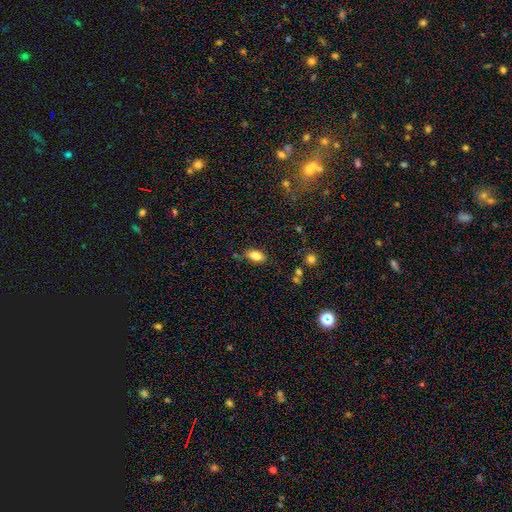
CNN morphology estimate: Overall: smooth (82%). How rounded: in between (89%). Merging: none (74%).